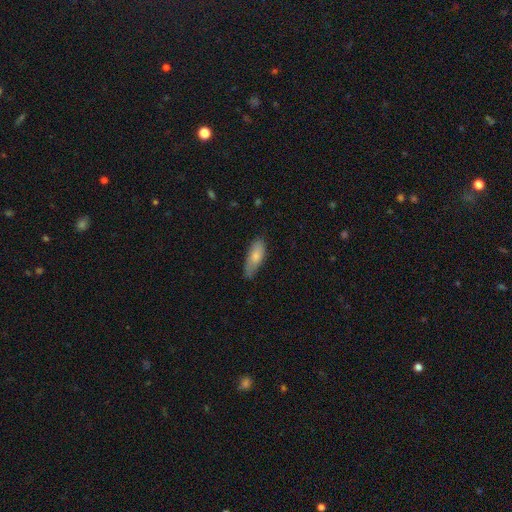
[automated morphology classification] smooth-or-featured: smooth: 77% | featured or disk: 17% | star or artifact: 6%
  how-rounded: in between: 68% | cigar-shaped: 30% | round: 2%
  merging: none: 62% | minor disturbance: 31% | major disturbance: 6% | merger: 2%